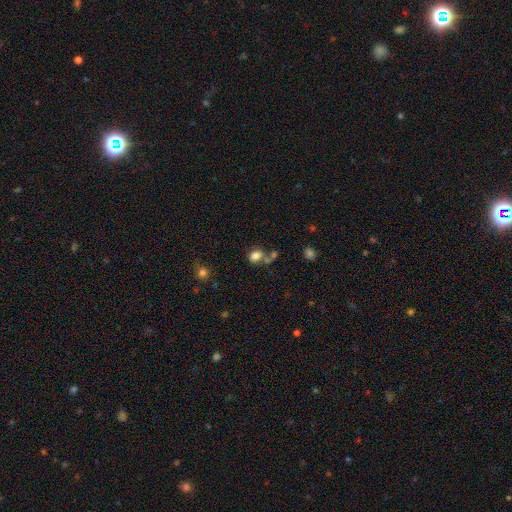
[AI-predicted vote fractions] Overall: smooth (78%). How rounded: in between (64%; round 34%). Merging: none (44%; merger 32%).